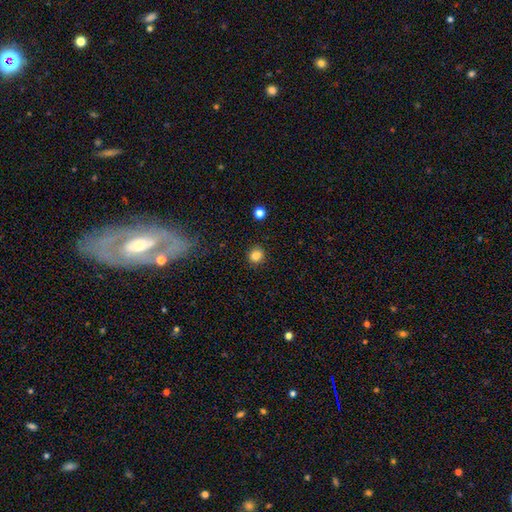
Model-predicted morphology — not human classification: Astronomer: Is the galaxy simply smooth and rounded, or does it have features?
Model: smooth — 84%.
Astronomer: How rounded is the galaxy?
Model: round — 85%.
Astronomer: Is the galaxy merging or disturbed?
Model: none — 90%.